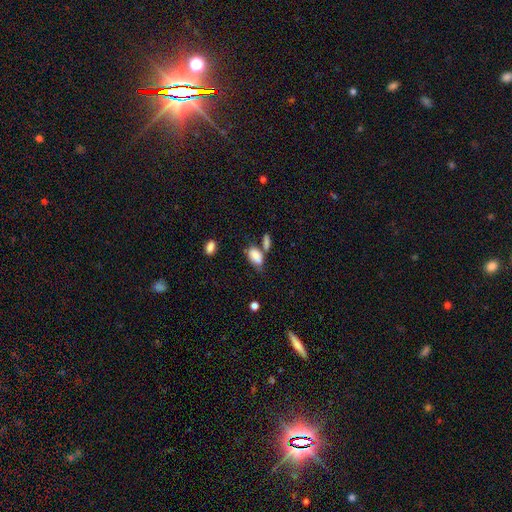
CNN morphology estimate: A smooth galaxy with no disk features (81%) that is in between round and cigar-shaped (91%). Merging: none (42%).